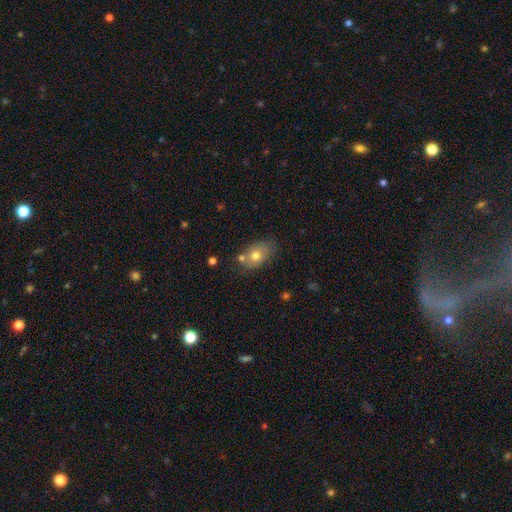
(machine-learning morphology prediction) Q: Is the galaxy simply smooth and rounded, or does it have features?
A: smooth — 72%.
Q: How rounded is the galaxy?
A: in between — 81%.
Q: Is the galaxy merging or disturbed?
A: none — 62%.